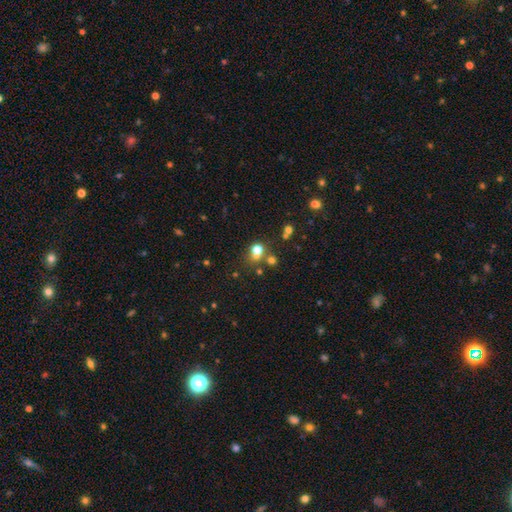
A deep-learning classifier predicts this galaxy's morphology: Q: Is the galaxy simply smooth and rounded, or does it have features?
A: smooth — 59%.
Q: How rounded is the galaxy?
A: round — 73%.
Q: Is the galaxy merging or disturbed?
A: none — 66%.